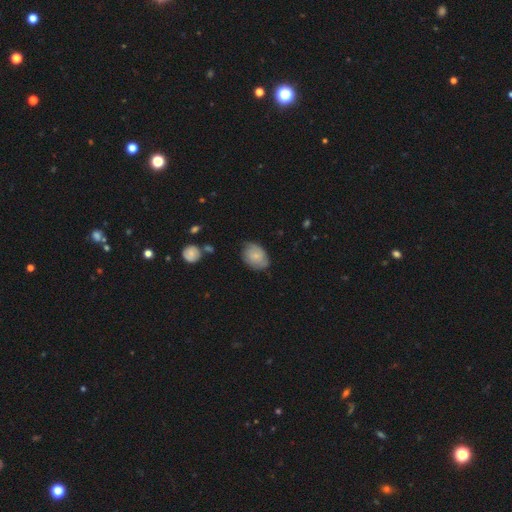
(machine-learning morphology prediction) Q: Smooth or featured?
A: smooth (66%); runner-up: featured or disk (27%)
Q: How rounded?
A: in between (75%); runner-up: round (24%)
Q: Merging?
A: none (64%); runner-up: minor disturbance (28%)